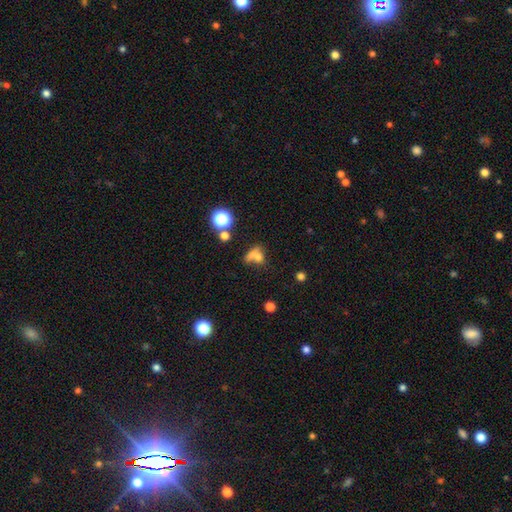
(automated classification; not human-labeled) Overall: smooth (63%). How rounded: round (51%; in between 42%). Merging: merger (48%; none 32%).